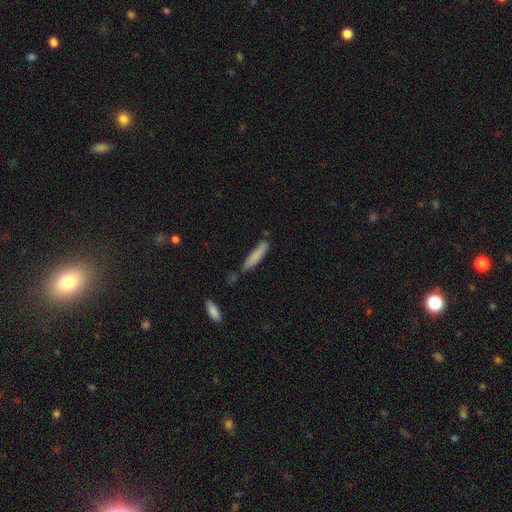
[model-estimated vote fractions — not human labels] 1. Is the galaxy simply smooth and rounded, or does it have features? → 82% smooth, 12% featured or disk, 6% star or artifact.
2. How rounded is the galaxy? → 85% cigar-shaped, 13% in between, 1% round.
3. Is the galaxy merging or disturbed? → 71% none, 19% minor disturbance, 6% merger, 4% major disturbance.